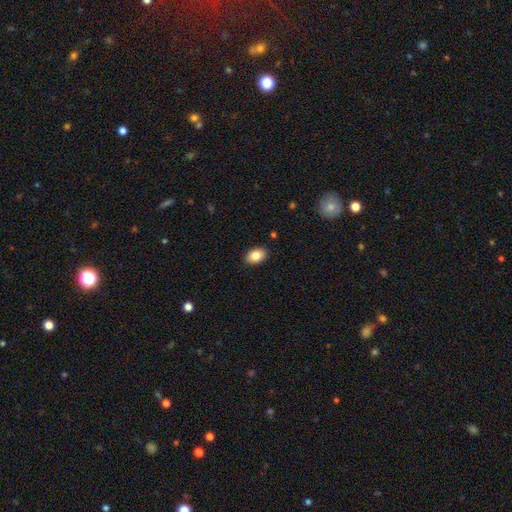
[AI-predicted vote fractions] A smooth galaxy with no disk features (85%) that is in between round and cigar-shaped (86%).

Vote fractions:
- Smooth or featured? smooth: 85% / featured or disk: 8% / star or artifact: 8%
- How rounded? in between: 86% / round: 13% / cigar-shaped: 1%
- Merging? none: 89% / minor disturbance: 8% / major disturbance: 2% / merger: 1%